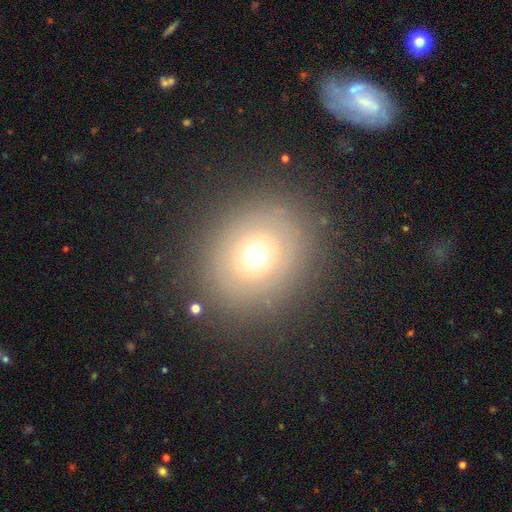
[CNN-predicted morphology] type=smooth (61%); roundness=round (73%); merging=none (84%).